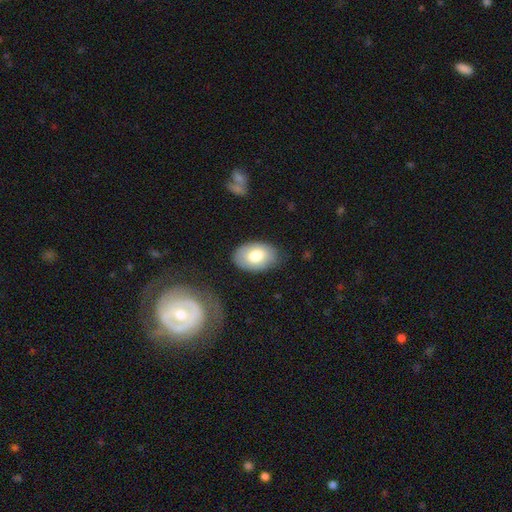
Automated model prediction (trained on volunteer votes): smooth 75%, featured or disk 19%, star or artifact 7%. Down the decision tree: how rounded — in between (88%); merging — none (80%).